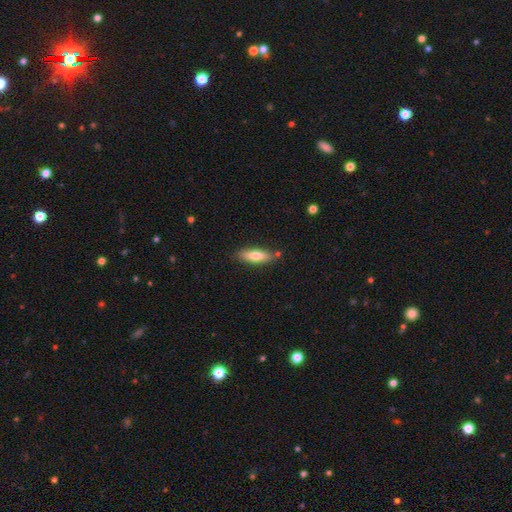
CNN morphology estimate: Smooth or featured?
  - smooth: 70% *
  - featured or disk: 24%
  - star or artifact: 6%
How rounded?
  - cigar-shaped: 50% *
  - in between: 48%
  - round: 2%
Merging?
  - none: 81% *
  - minor disturbance: 12%
  - merger: 4%
  - major disturbance: 2%